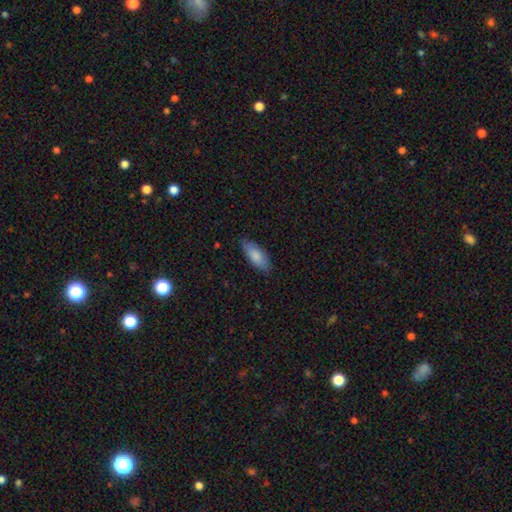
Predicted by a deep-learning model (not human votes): Q: Smooth or featured?
A: smooth (81%); runner-up: featured or disk (14%)
Q: How rounded?
A: in between (79%); runner-up: cigar-shaped (20%)
Q: Merging?
A: none (80%); runner-up: minor disturbance (16%)